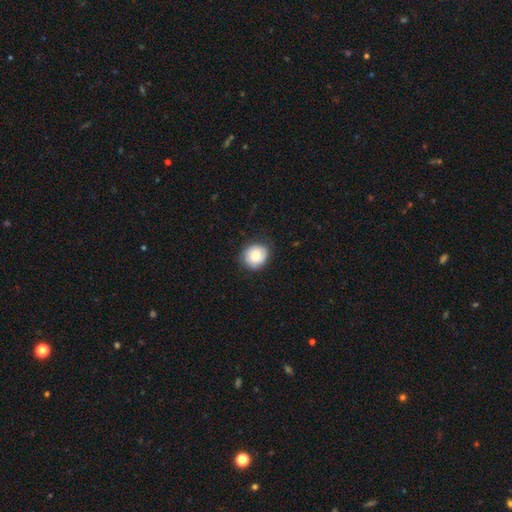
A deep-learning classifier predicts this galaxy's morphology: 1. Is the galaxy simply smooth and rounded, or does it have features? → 76% smooth, 17% featured or disk, 8% star or artifact.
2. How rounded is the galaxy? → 84% round, 15% in between, 1% cigar-shaped.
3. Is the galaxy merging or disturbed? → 78% none, 17% minor disturbance, 4% major disturbance, 1% merger.